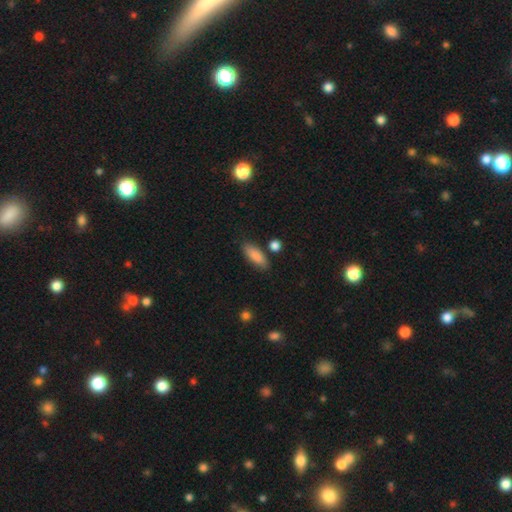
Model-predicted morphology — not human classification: Overall: smooth (85%). How rounded: in between (71%). Merging: none (81%).